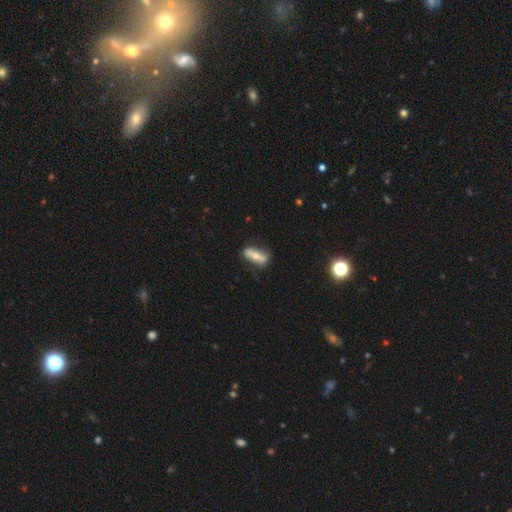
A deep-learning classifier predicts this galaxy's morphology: smooth-or-featured: smooth: 49% | featured or disk: 44% | star or artifact: 7%
  merging: none: 71% | minor disturbance: 20% | major disturbance: 5% | merger: 4%